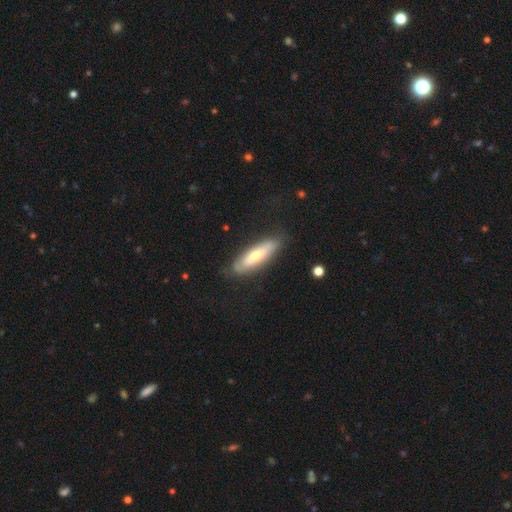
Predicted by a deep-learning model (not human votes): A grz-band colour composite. It shows a smooth galaxy with no disk features (56%) that is cigar-shaped (57%). Merging: none (77%).